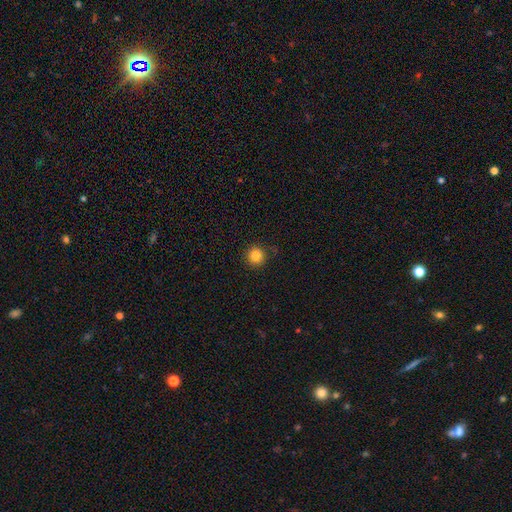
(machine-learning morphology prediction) smooth_or_featured: smooth (p=0.85) [alt: star or artifact p=0.11]
how_rounded: round (p=0.95) [alt: in between p=0.04]
merging: none (p=0.87) [alt: minor disturbance p=0.09]